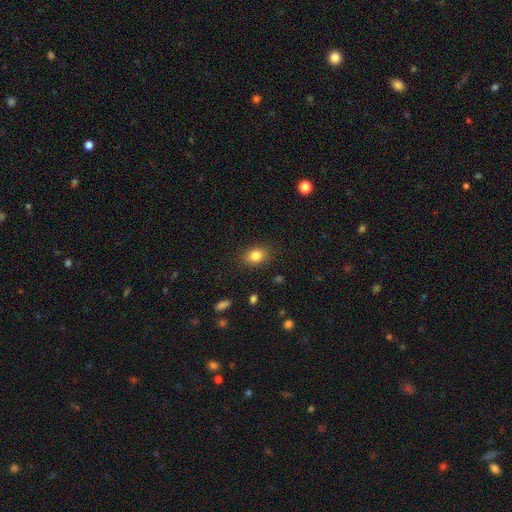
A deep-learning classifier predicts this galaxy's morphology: Overall: smooth (83%). How rounded: in between (59%; round 40%). Merging: none (85%).